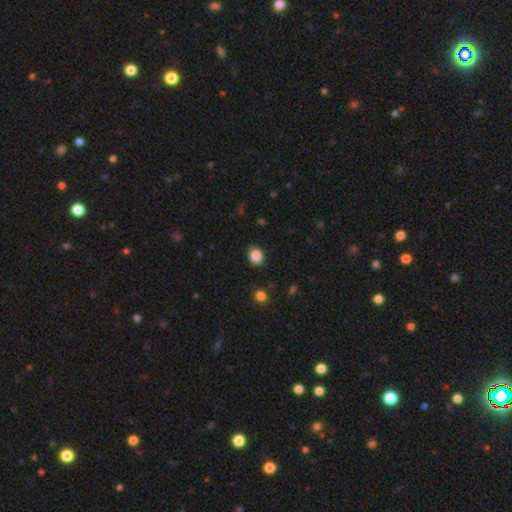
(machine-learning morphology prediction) type=smooth (87%); roundness=in between (52%); merging=none (82%).